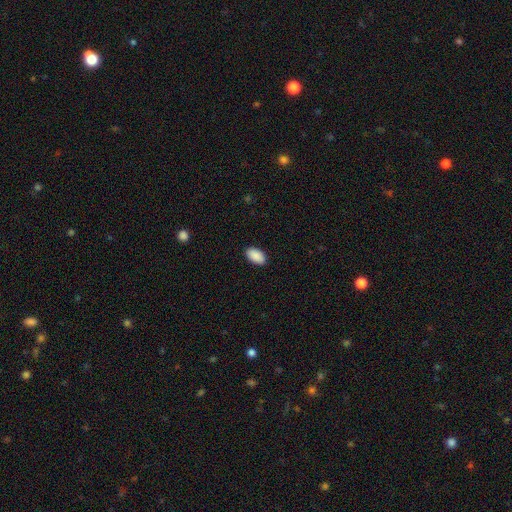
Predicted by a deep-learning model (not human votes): smooth-or-featured: smooth: 91% | star or artifact: 6% | featured or disk: 3%
  how-rounded: in between: 95% | round: 3% | cigar-shaped: 2%
  merging: none: 90% | minor disturbance: 8% | major disturbance: 2% | merger: 1%